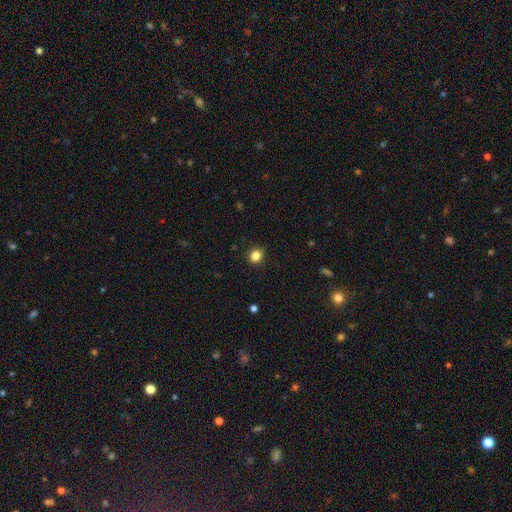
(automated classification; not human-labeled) Overall: smooth (85%). How rounded: round (76%). Merging: none (90%).